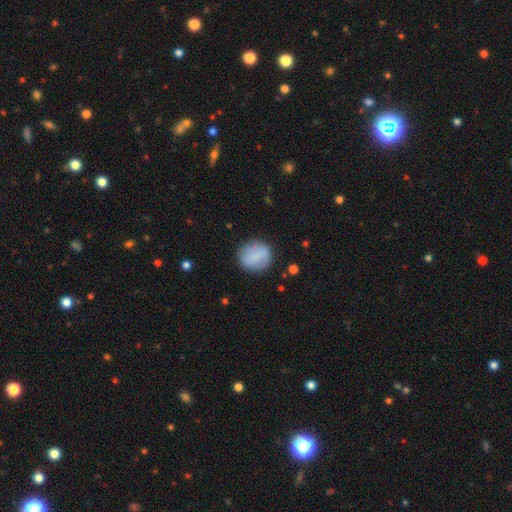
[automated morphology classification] Overall: smooth (72%). How rounded: round (84%). Merging: none (83%).